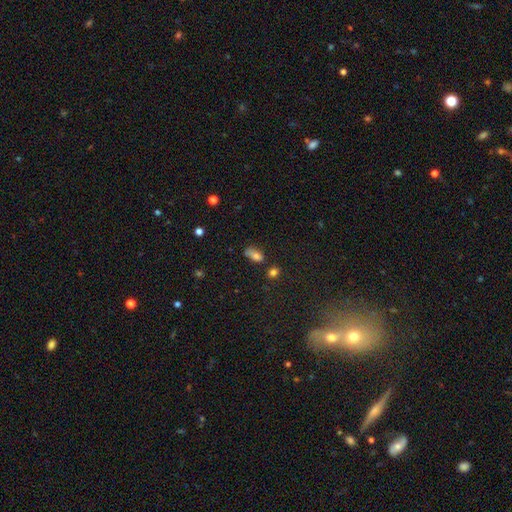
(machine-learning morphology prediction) Q: Smooth or featured?
A: smooth (75%); runner-up: star or artifact (14%)
Q: How rounded?
A: in between (85%); runner-up: round (8%)
Q: Merging?
A: none (48%); runner-up: minor disturbance (30%)